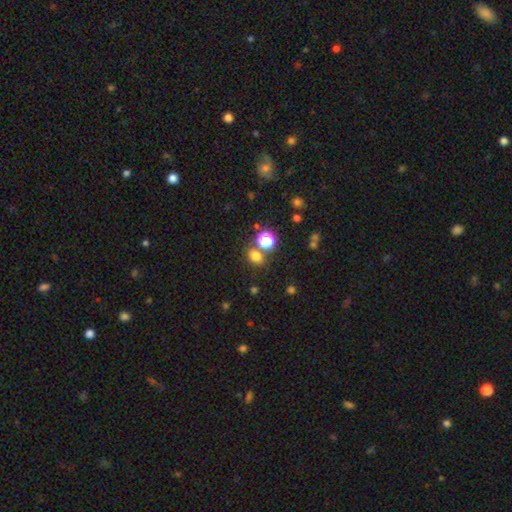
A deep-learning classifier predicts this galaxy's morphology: This is likely a smooth galaxy (72%). How rounded: possibly in between (53%). Merging: likely none (69%).